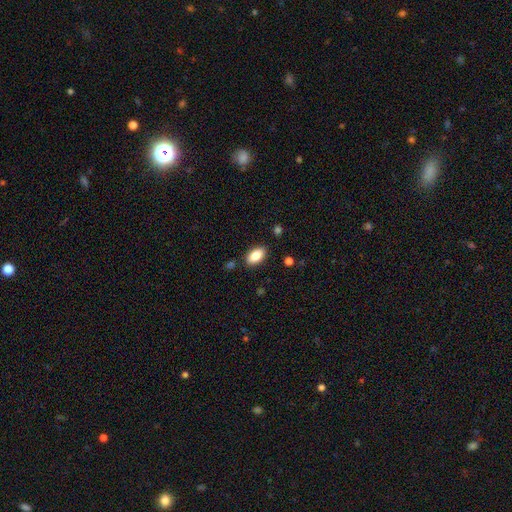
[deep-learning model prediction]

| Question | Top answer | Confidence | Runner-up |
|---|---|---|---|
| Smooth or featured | smooth | 85% | star or artifact (7%) |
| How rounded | in between | 93% | round (4%) |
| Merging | none | 86% | minor disturbance (10%) |